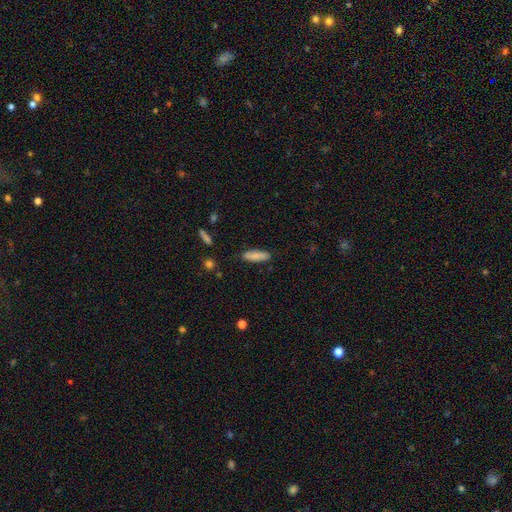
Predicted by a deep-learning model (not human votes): Overall: smooth (83%). How rounded: cigar-shaped (53%; in between 45%). Merging: none (86%).